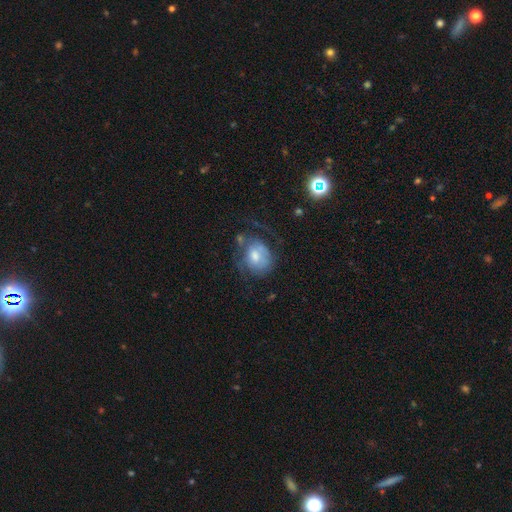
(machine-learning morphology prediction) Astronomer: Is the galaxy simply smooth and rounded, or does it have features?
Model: featured or disk — 49% (runner-up: smooth, 43%).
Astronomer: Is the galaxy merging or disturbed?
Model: none — 38% (runner-up: major disturbance, 33%).